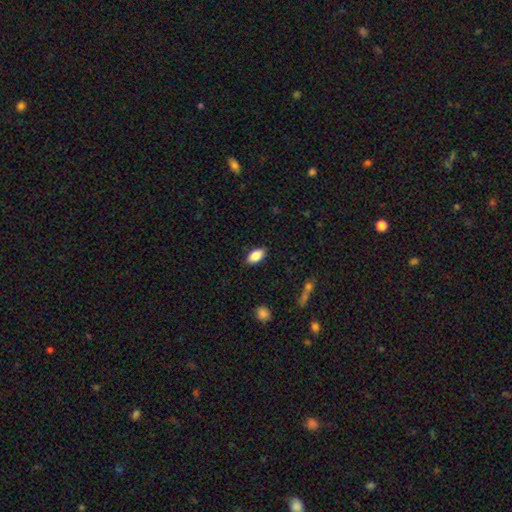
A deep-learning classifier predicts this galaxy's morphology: Overall: smooth (87%). How rounded: in between (92%). Merging: none (87%).